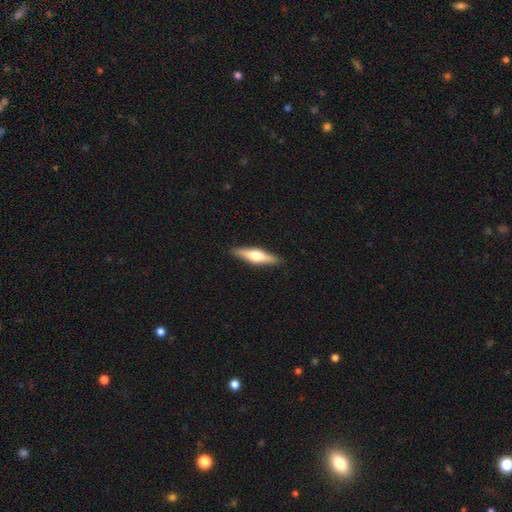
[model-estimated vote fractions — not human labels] smooth_or_featured: featured or disk (p=0.55) [alt: smooth p=0.39]
disk_edge_on: yes (p=0.95) [alt: no p=0.05]
edge_on_bulge: rounded (p=0.93) [alt: boxy p=0.04]
merging: none (p=0.90) [alt: minor disturbance p=0.07]